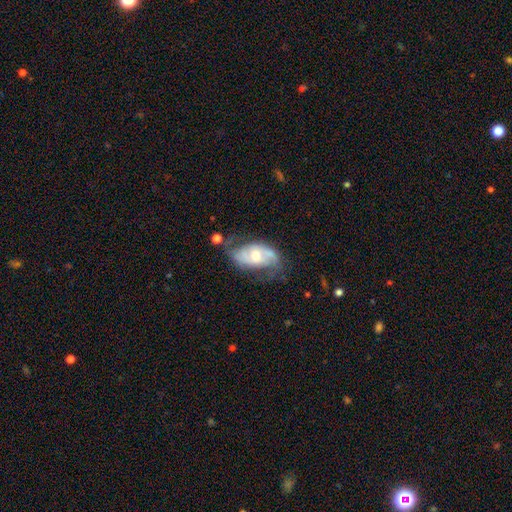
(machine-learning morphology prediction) The model was most divided on "spiral winding": loose: 42%, medium: 40%, tight: 18%. More confident: edge-on disk — no (94%); spiral arms — yes (86%); spiral arm count — 2 (81%); smooth or featured — featured or disk (73%); bulge size — moderate (61%); bar — no (58%); merging — none (52%).